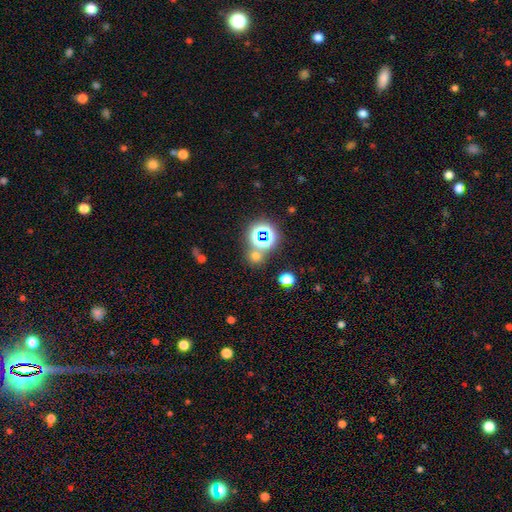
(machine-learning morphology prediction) smooth-or-featured: smooth: 52% | star or artifact: 41% | featured or disk: 7%
  how-rounded: round: 85% | in between: 14% | cigar-shaped: 1%
  merging: none: 68% | merger: 20% | minor disturbance: 8% | major disturbance: 4%